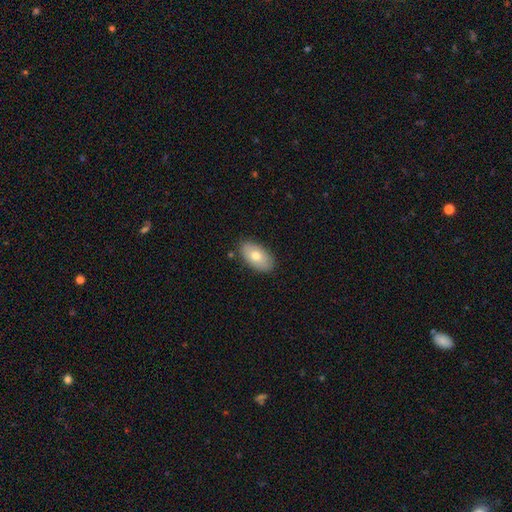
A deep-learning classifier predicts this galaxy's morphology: Smooth or featured: smooth — 72% (featured or disk — 22%)
How rounded: in between — 93% (round — 5%)
Merging: none — 84% (minor disturbance — 12%)